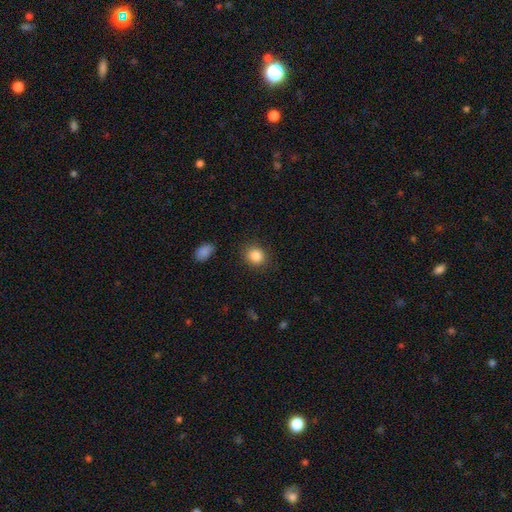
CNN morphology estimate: Smooth or featured? smooth (86%)
How rounded? round (69%)
Merging? none (85%)